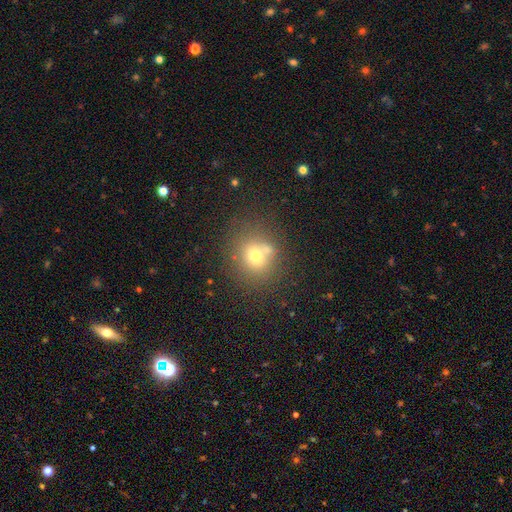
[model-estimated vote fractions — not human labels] This is likely a smooth galaxy (66%). How rounded: likely round (77%). Merging: likely none (61%).